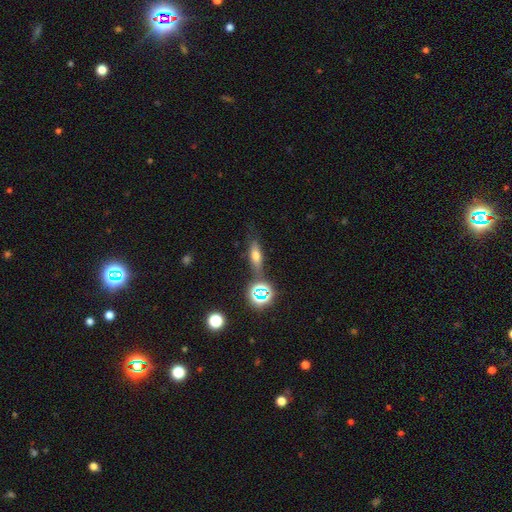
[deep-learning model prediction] smooth 54%, featured or disk 26%, star or artifact 20%. Down the decision tree: how rounded — in between (48%); merging — none (70%).